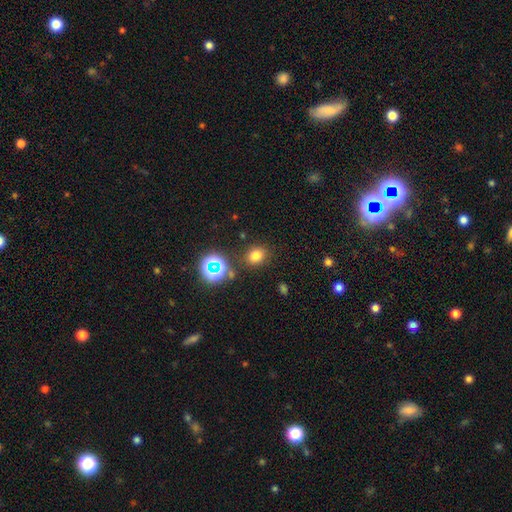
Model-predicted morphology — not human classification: smooth-or-featured: smooth: 73% | star or artifact: 20% | featured or disk: 7%
  how-rounded: round: 64% | in between: 35% | cigar-shaped: 1%
  merging: none: 83% | minor disturbance: 9% | merger: 4% | major disturbance: 3%